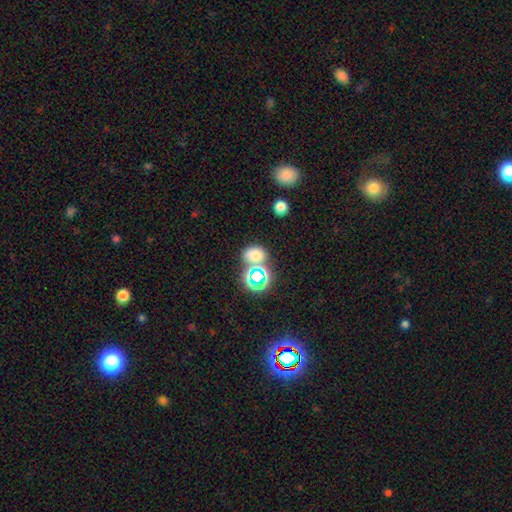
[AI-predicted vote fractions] Overall: smooth (61%; star or artifact 30%). How rounded: in between (52%; round 47%). Merging: none (58%; merger 24%).